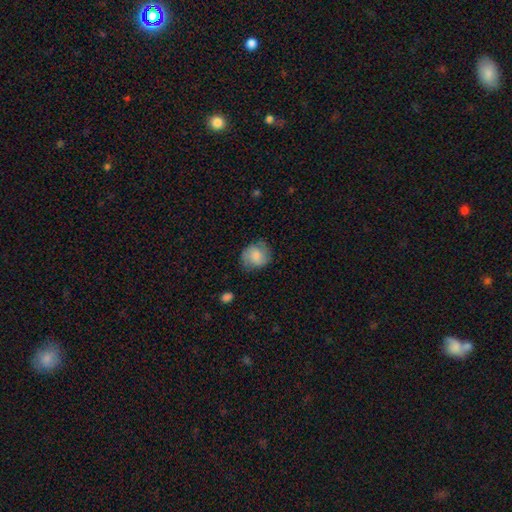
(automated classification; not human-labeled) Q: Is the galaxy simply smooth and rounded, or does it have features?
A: smooth — 67%.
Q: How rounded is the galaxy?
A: round — 76%.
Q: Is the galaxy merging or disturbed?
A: none — 68%.